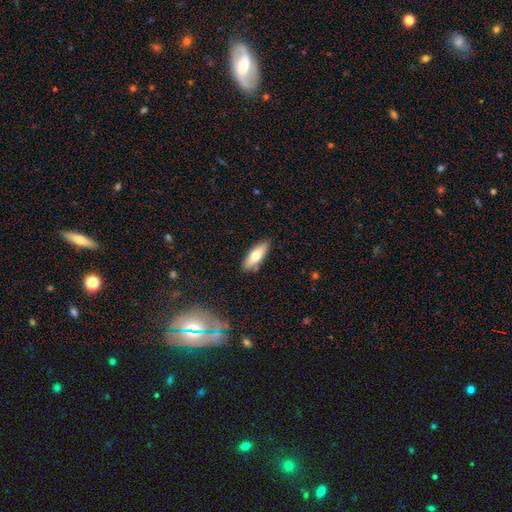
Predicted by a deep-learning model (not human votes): Smooth or featured: smooth — 69% (featured or disk — 25%)
How rounded: in between — 60% (cigar-shaped — 38%)
Merging: none — 84% (minor disturbance — 11%)